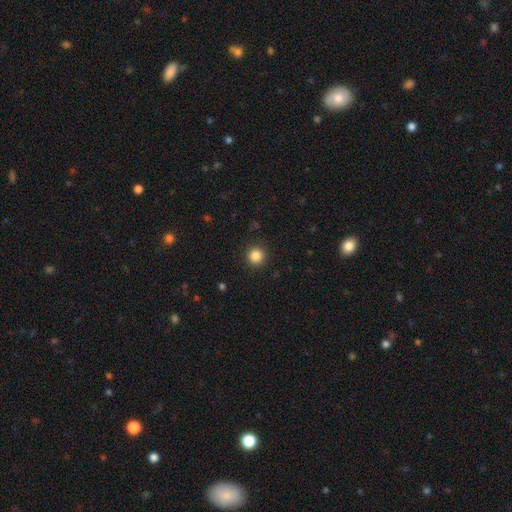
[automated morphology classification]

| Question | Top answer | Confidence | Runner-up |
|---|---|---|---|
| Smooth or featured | smooth | 85% | star or artifact (11%) |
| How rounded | round | 95% | in between (4%) |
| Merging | none | 91% | minor disturbance (5%) |